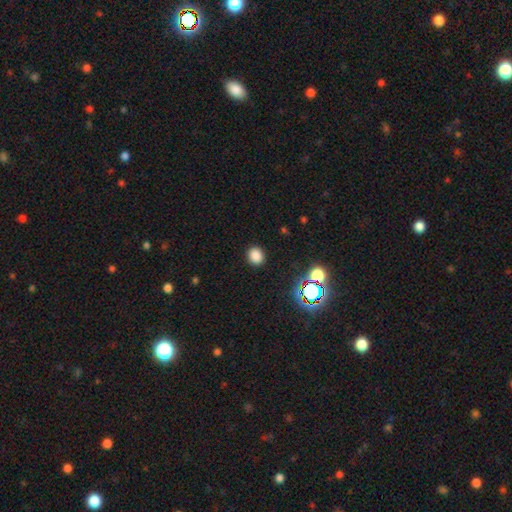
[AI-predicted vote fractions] A smooth galaxy with no disk features (81%) that is round (69%).

Vote fractions:
- Smooth or featured? smooth: 81% / star or artifact: 15% / featured or disk: 4%
- How rounded? round: 69% / in between: 30% / cigar-shaped: 1%
- Merging? none: 89% / minor disturbance: 7% / major disturbance: 2% / merger: 1%